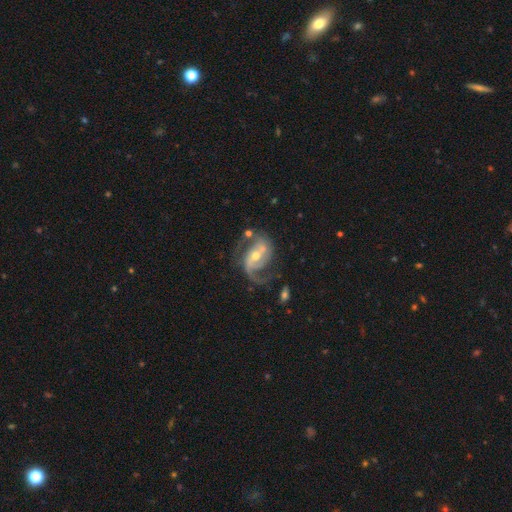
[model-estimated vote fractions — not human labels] Morphology: type=featured or disk (88%); edge-on=no (97%); bar=weak (42%); spiral arms=yes (96%); winding=medium (52%); arm count=2 (84%); bulge=moderate (58%); merging=none (58%).